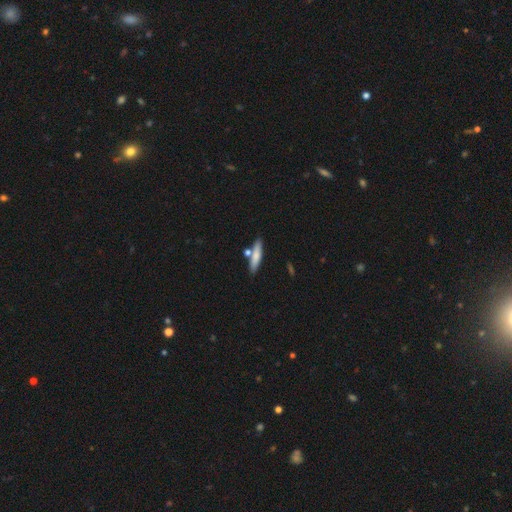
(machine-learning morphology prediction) Q: Smooth or featured?
A: smooth (73%); runner-up: featured or disk (21%)
Q: How rounded?
A: cigar-shaped (81%); runner-up: in between (17%)
Q: Merging?
A: none (76%); runner-up: merger (11%)